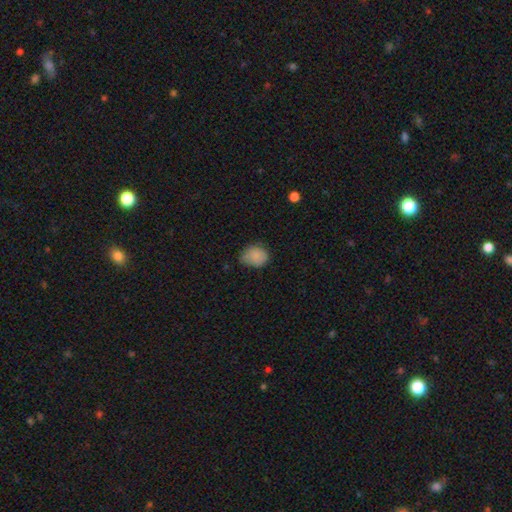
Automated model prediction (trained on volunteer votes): Smooth or featured? Predicted: smooth (p=0.84). How rounded? Predicted: round (p=0.50). Merging? Predicted: none (p=0.56).